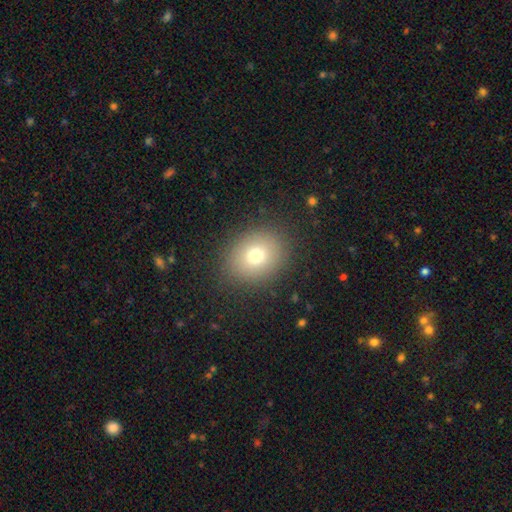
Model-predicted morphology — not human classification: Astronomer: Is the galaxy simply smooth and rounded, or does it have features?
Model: smooth — 73%.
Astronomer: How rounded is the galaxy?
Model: round — 59% (runner-up: in between, 40%).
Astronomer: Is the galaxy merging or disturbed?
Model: none — 87%.